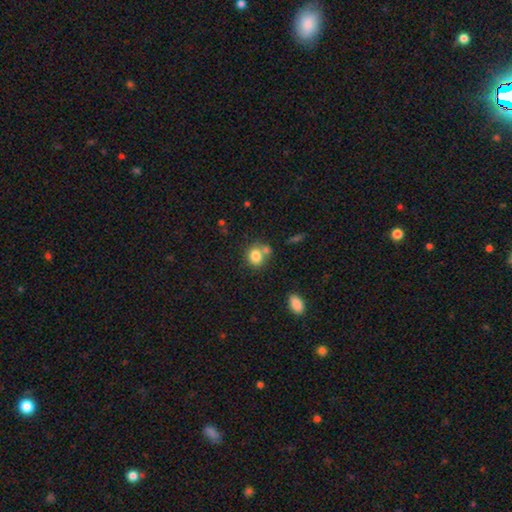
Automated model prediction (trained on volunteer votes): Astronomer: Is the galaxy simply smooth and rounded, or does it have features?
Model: smooth — 81%.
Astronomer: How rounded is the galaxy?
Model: round — 68%.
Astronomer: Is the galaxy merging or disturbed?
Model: none — 53% (runner-up: merger, 31%).